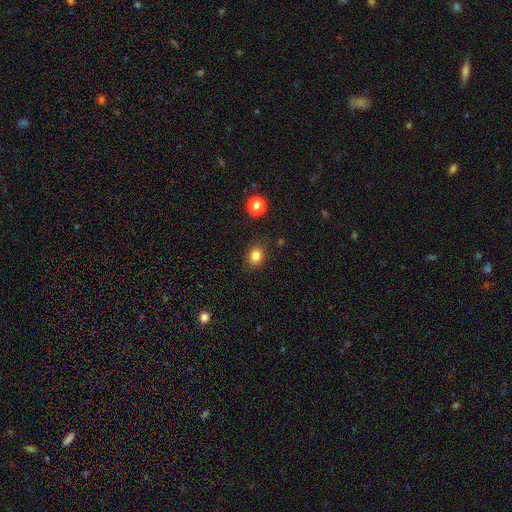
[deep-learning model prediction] Smooth or featured? Predicted: smooth (p=0.83). How rounded? Predicted: round (p=0.58). Merging? Predicted: none (p=0.84).